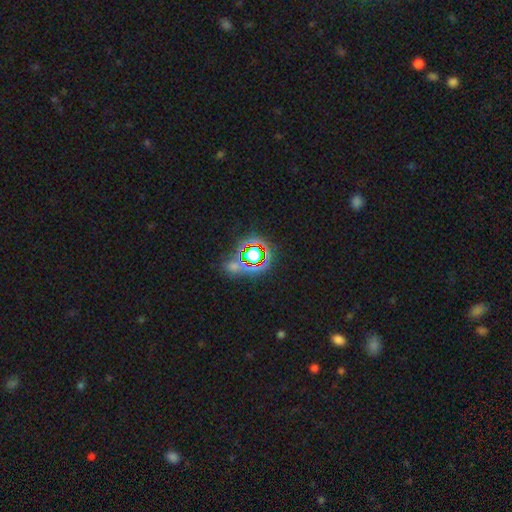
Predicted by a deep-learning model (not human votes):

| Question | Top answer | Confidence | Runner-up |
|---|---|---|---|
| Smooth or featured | star or artifact | 70% | smooth (19%) |